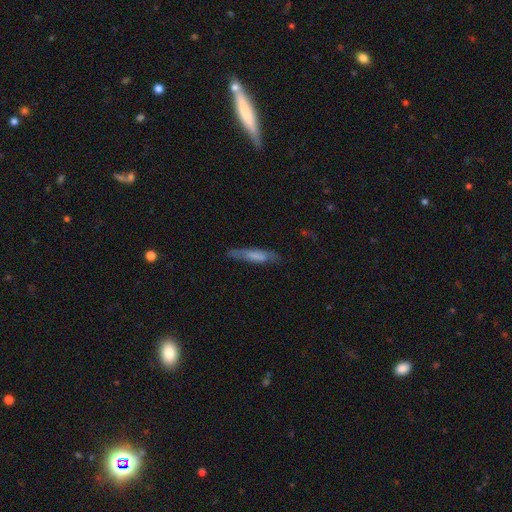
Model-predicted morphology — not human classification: Smooth or featured?
  - smooth: 60% *
  - featured or disk: 33%
  - star or artifact: 7%
How rounded?
  - cigar-shaped: 79% *
  - in between: 20%
  - round: 2%
Merging?
  - none: 71% *
  - minor disturbance: 20%
  - major disturbance: 7%
  - merger: 2%